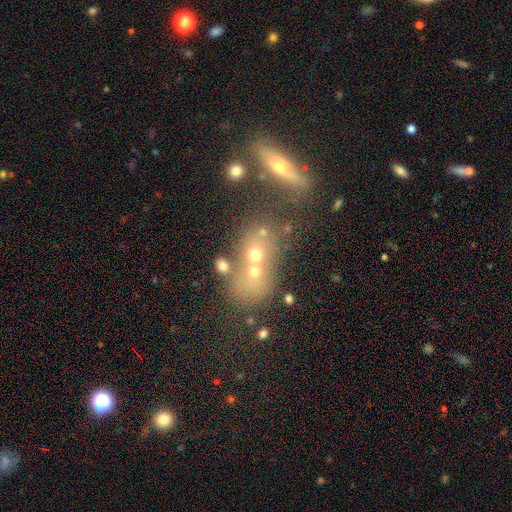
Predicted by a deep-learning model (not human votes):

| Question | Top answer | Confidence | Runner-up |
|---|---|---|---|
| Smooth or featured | smooth | 47% | featured or disk (32%) |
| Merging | merger | 52% | none (33%) |